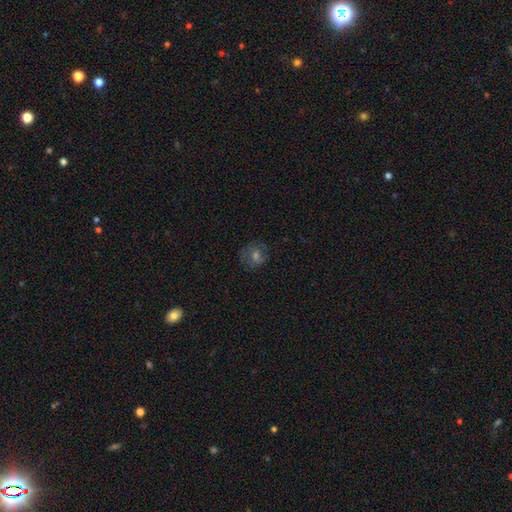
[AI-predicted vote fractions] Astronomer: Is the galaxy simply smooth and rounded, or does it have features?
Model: smooth — 44% (runner-up: featured or disk, 37%).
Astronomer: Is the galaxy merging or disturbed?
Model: none — 78%.